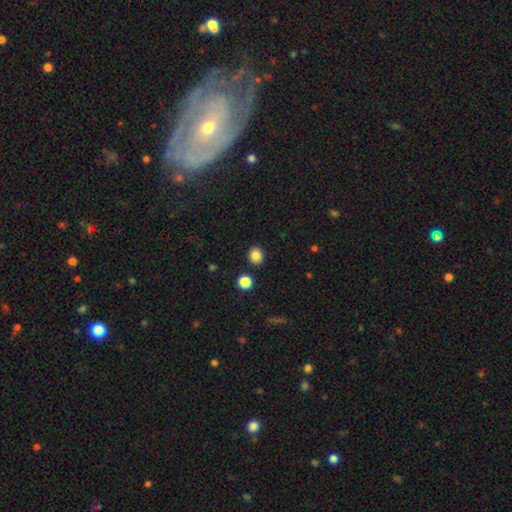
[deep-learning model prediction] Smooth or featured? Predicted: smooth (p=0.85). How rounded? Predicted: round (p=0.67). Merging? Predicted: none (p=0.87).